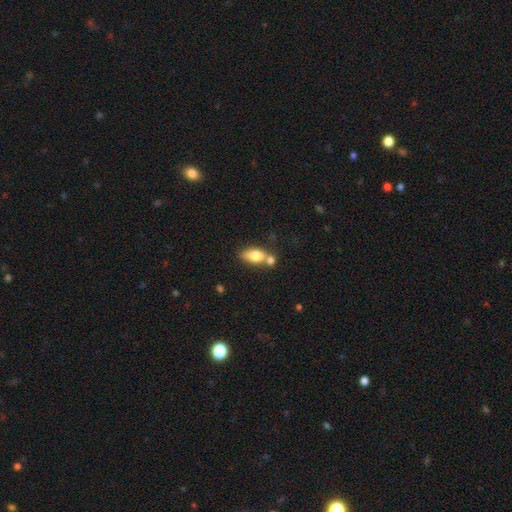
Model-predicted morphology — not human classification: smooth-or-featured: smooth: 76% | featured or disk: 16% | star or artifact: 8%
  how-rounded: in between: 86% | round: 8% | cigar-shaped: 7%
  merging: none: 46% | merger: 35% | minor disturbance: 14% | major disturbance: 5%